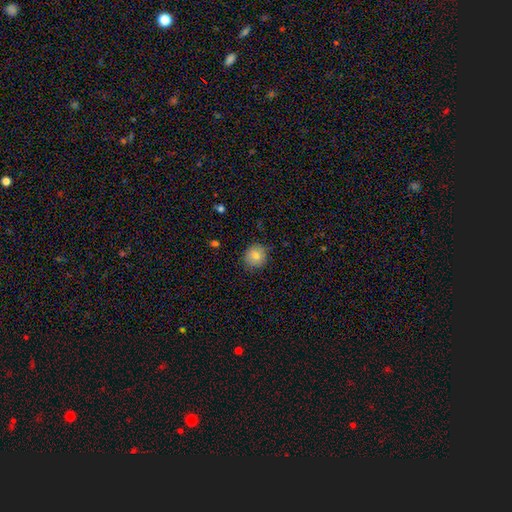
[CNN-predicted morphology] A smooth galaxy with no disk features (79%) that is round (87%). Merging: none (83%).